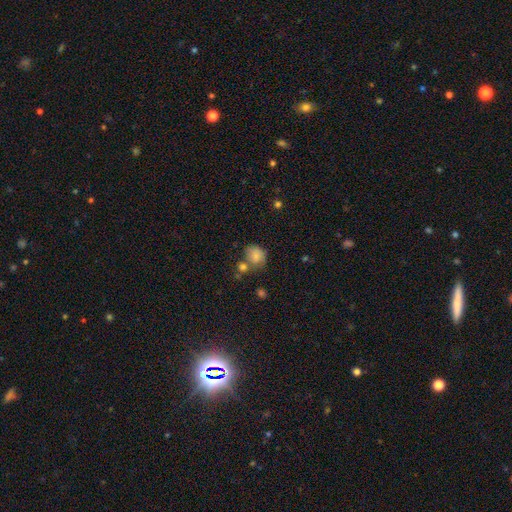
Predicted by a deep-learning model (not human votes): smooth 80%, featured or disk 10%, star or artifact 10%. Down the decision tree: how rounded — round (64%); merging — none (52%).